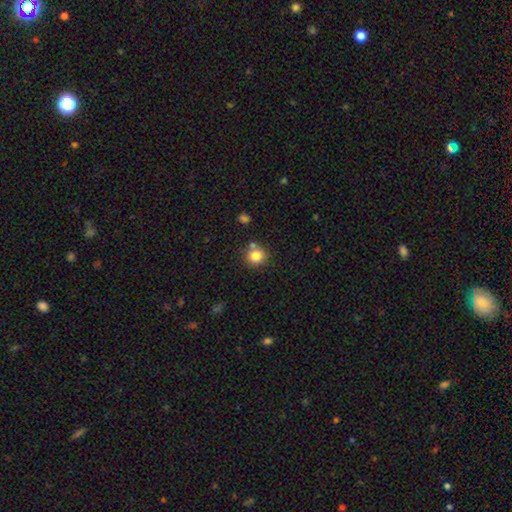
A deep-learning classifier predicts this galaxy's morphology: Smooth or featured: smooth — 82% (star or artifact — 11%)
How rounded: round — 87% (in between — 12%)
Merging: none — 73% (merger — 14%)